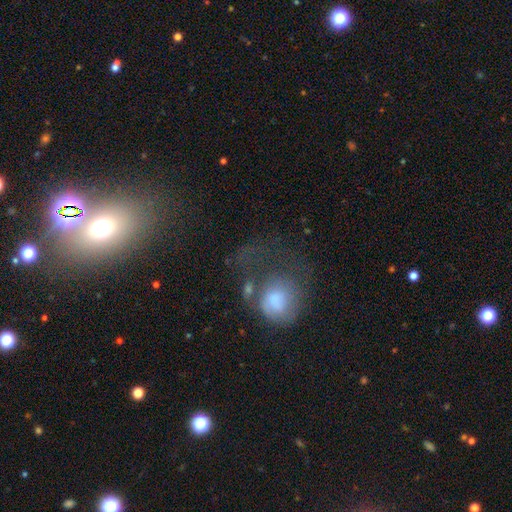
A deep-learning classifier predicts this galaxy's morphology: Q: Smooth or featured?
A: smooth (48%); runner-up: star or artifact (26%)
Q: Merging?
A: none (40%); runner-up: major disturbance (28%)